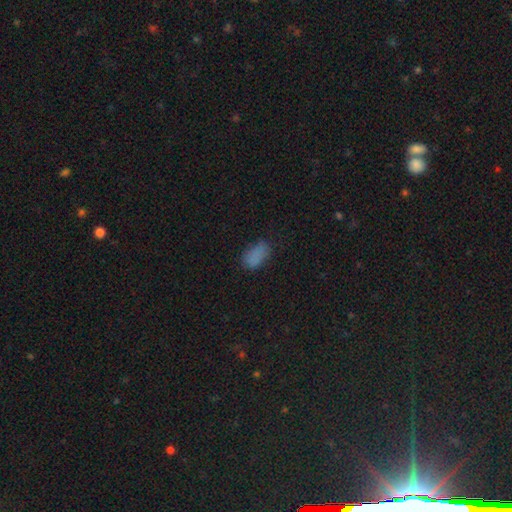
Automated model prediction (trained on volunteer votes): Q: Smooth or featured?
A: smooth (82%); runner-up: star or artifact (12%)
Q: How rounded?
A: in between (92%); runner-up: round (5%)
Q: Merging?
A: none (69%); runner-up: minor disturbance (22%)